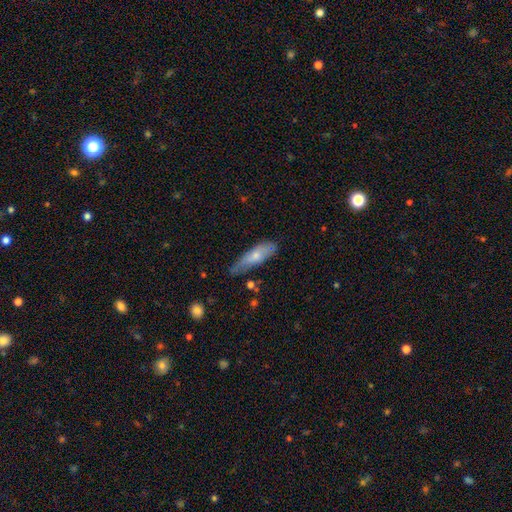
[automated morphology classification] A smooth galaxy with no disk features (67%) that is cigar-shaped (53%). Merging: none (53%).